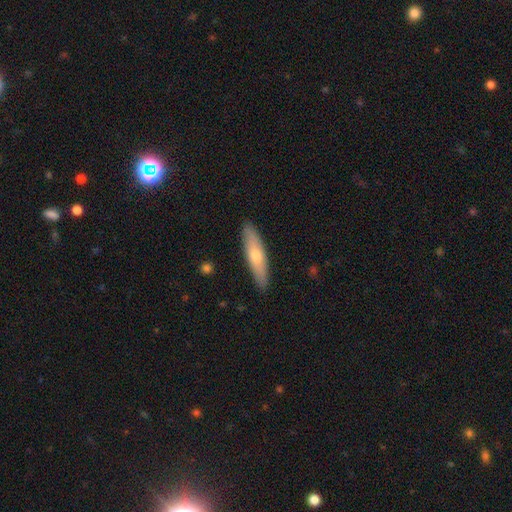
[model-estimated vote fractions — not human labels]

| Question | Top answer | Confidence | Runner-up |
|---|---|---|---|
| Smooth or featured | smooth | 56% | featured or disk (38%) |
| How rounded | cigar-shaped | 75% | in between (23%) |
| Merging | none | 90% | minor disturbance (8%) |